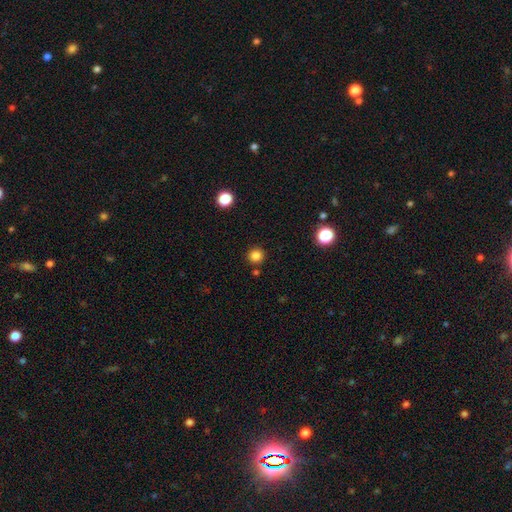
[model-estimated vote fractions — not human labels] Smooth or featured? smooth (83%)
How rounded? round (95%)
Merging? none (88%)